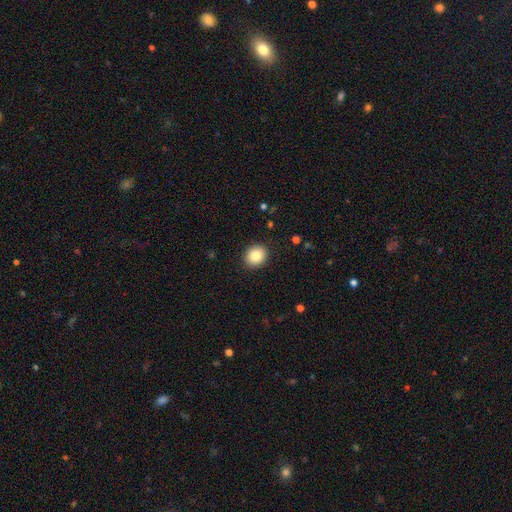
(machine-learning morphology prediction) A smooth galaxy with no disk features (84%) that is round (72%).

Vote fractions:
- Smooth or featured? smooth: 84% / star or artifact: 9% / featured or disk: 7%
- How rounded? round: 72% / in between: 27% / cigar-shaped: 1%
- Merging? none: 90% / minor disturbance: 7% / major disturbance: 2% / merger: 1%